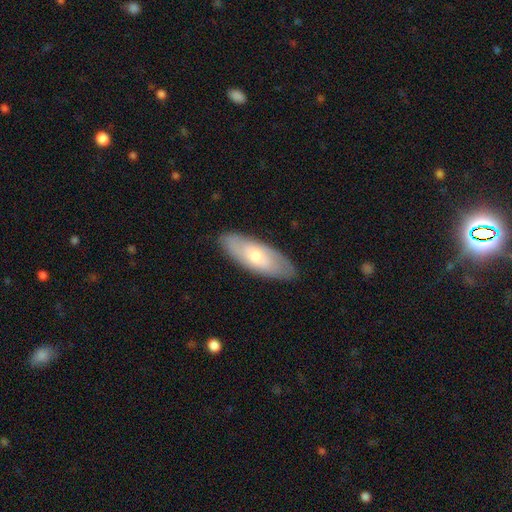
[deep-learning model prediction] The model was most divided on "smooth or featured": smooth: 57%, featured or disk: 38%, star or artifact: 6%. More confident: merging — none (86%); how rounded — in between (70%).